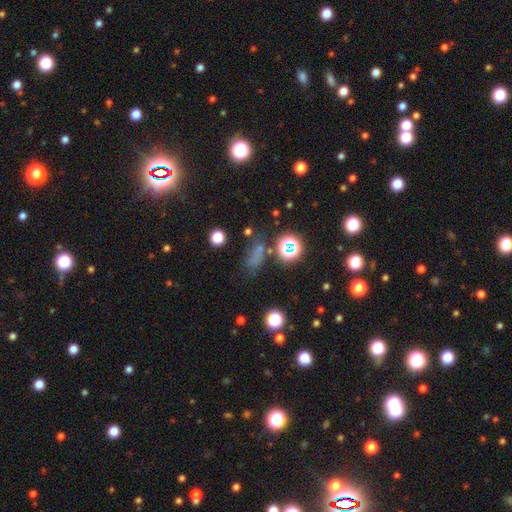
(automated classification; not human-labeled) A star or artifact, not a galaxy (61%).